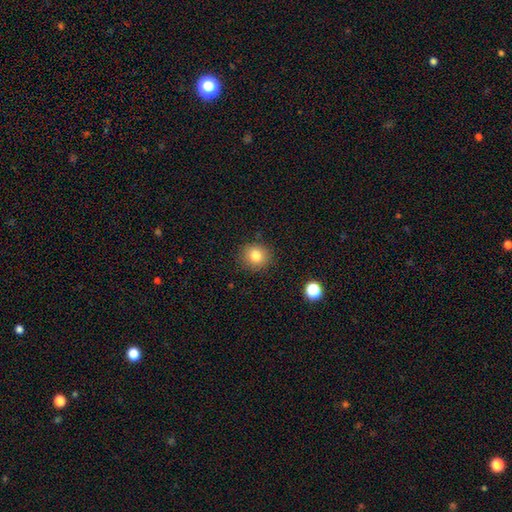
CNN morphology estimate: Smooth or featured?
  - smooth: 81% *
  - star or artifact: 11%
  - featured or disk: 8%
How rounded?
  - round: 85% *
  - in between: 14%
  - cigar-shaped: 1%
Merging?
  - none: 88% *
  - minor disturbance: 9%
  - major disturbance: 3%
  - merger: 1%